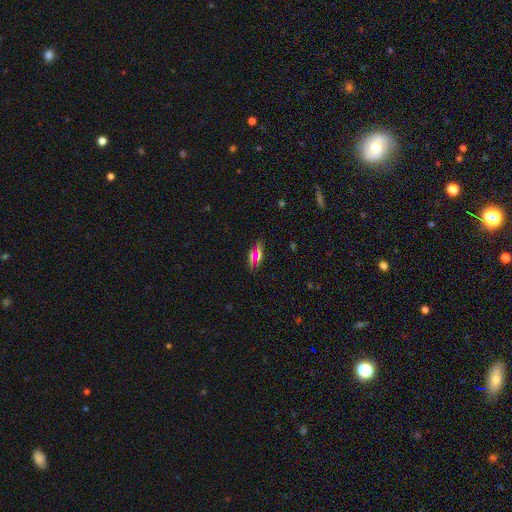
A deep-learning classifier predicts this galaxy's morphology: smooth-or-featured: smooth: 54% | star or artifact: 26% | featured or disk: 20%
  how-rounded: in between: 69% | cigar-shaped: 21% | round: 10%
  merging: none: 68% | minor disturbance: 17% | merger: 8% | major disturbance: 8%